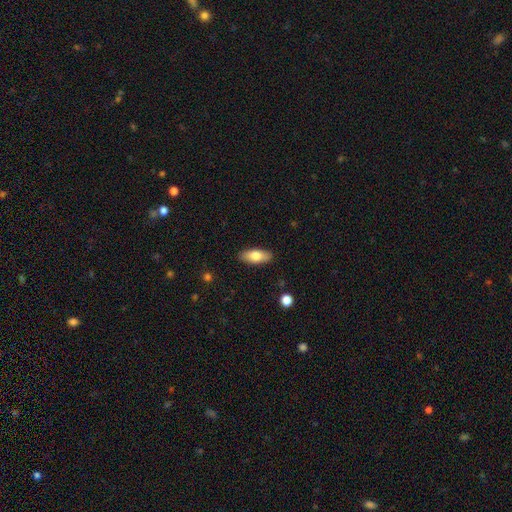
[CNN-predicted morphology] This is likely a smooth galaxy (75%). How rounded: likely in between (79%). Merging: clearly none (88%).